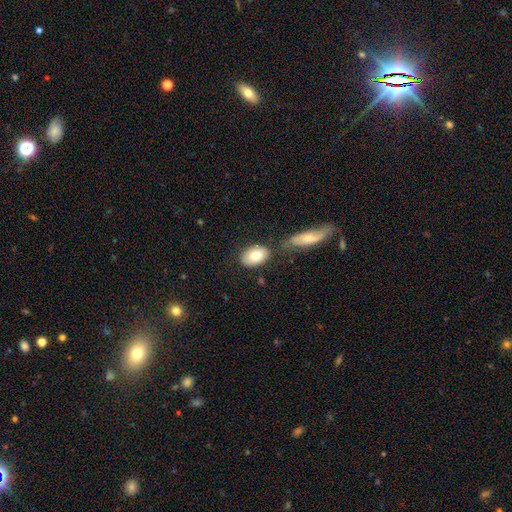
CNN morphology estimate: Smooth or featured? Predicted: smooth (p=0.79). How rounded? Predicted: in between (p=0.88). Merging? Predicted: none (p=0.70).